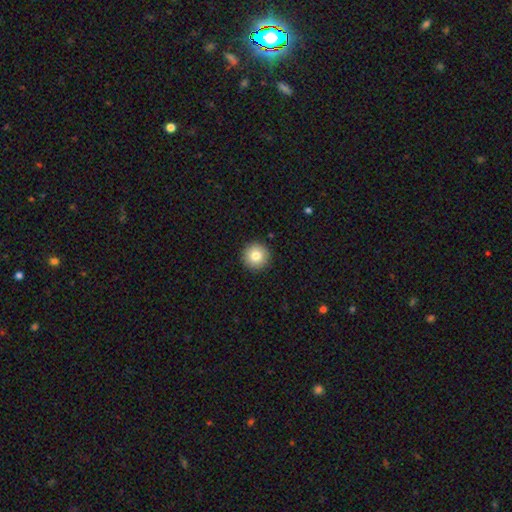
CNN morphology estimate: The model was most divided on "smooth or featured": smooth: 81%, star or artifact: 10%, featured or disk: 9%. More confident: how rounded — round (96%); merging — none (93%).